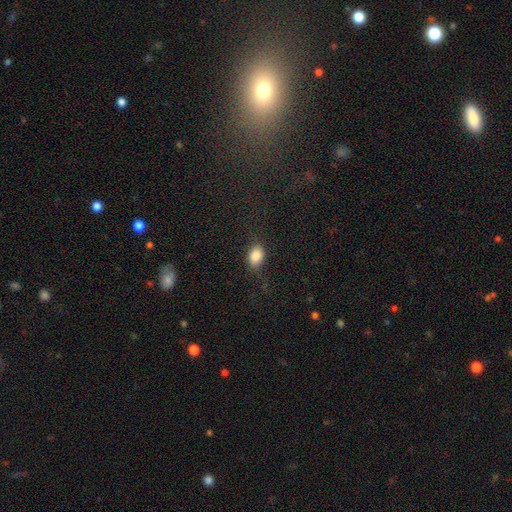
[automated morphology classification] Smooth or featured? smooth (85%)
How rounded? in between (79%)
Merging? none (76%)